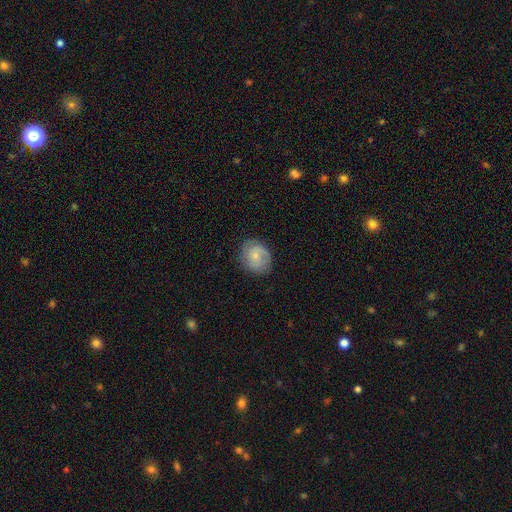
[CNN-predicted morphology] A smooth galaxy with no disk features (59%) that is round (63%).

Vote fractions:
- Smooth or featured? smooth: 59% / featured or disk: 34% / star or artifact: 7%
- How rounded? round: 63% / in between: 36% / cigar-shaped: 1%
- Merging? none: 74% / minor disturbance: 20% / major disturbance: 5% / merger: 1%